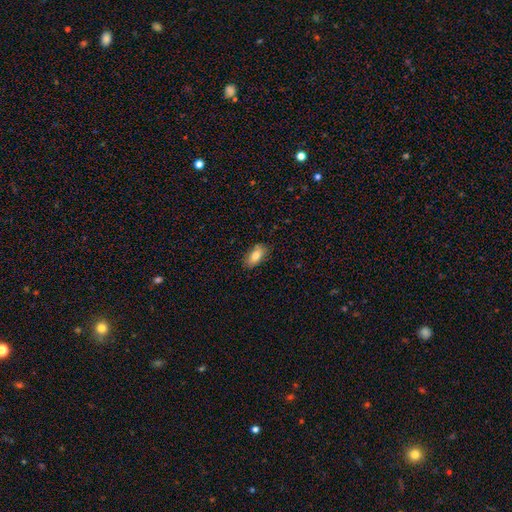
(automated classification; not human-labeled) Morphology: type=smooth (79%); roundness=in between (87%); merging=none (83%).